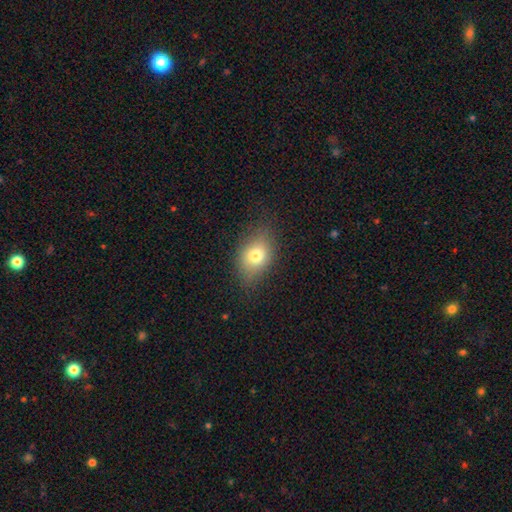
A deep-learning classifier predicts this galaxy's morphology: smooth_or_featured: smooth (p=0.75) [alt: featured or disk p=0.14]
how_rounded: in between (p=0.73) [alt: round p=0.25]
merging: none (p=0.81) [alt: minor disturbance p=0.14]